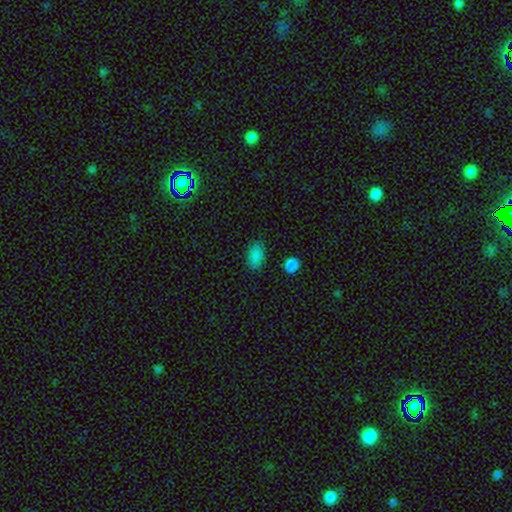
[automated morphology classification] This appears to be a smooth galaxy with no disk features (87%) that is in between round and cigar-shaped (91%). Merging: none (85%).